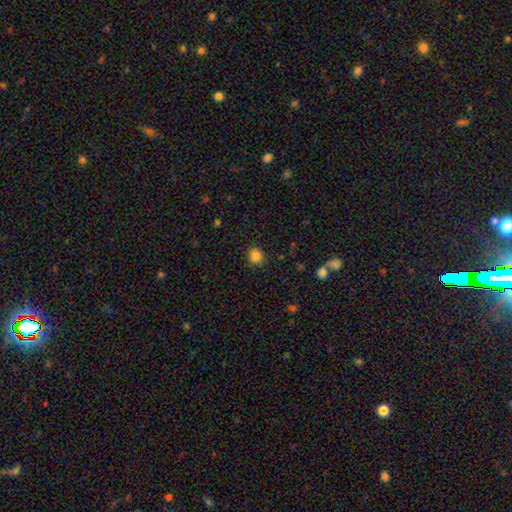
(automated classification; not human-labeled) smooth 83%, star or artifact 12%, featured or disk 5%. Down the decision tree: how rounded — round (75%); merging — none (85%).